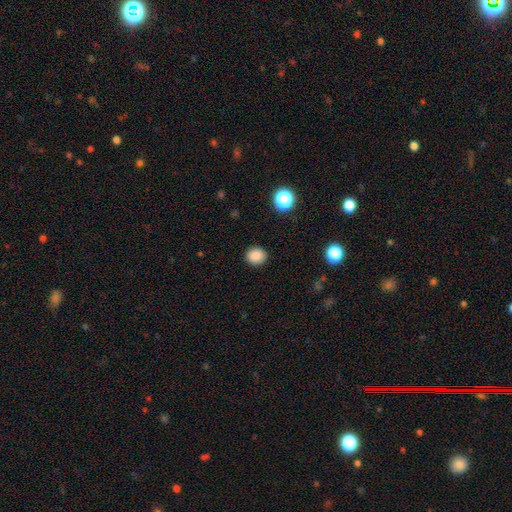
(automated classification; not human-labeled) A smooth galaxy with no disk features (87%) that is round (81%). Merging: none (90%).